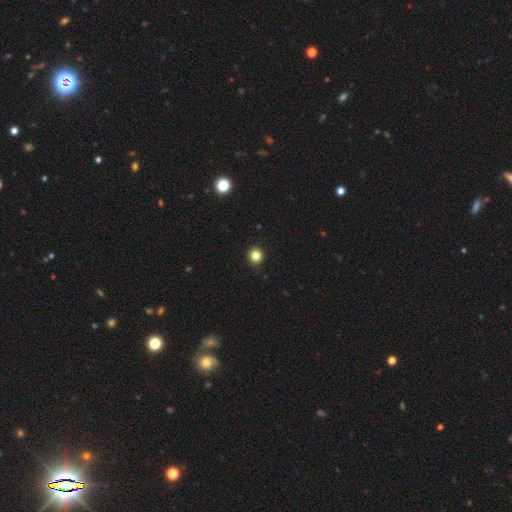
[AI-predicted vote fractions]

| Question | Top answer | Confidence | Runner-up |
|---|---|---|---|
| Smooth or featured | smooth | 83% | star or artifact (12%) |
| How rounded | round | 93% | in between (6%) |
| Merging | none | 93% | minor disturbance (5%) |